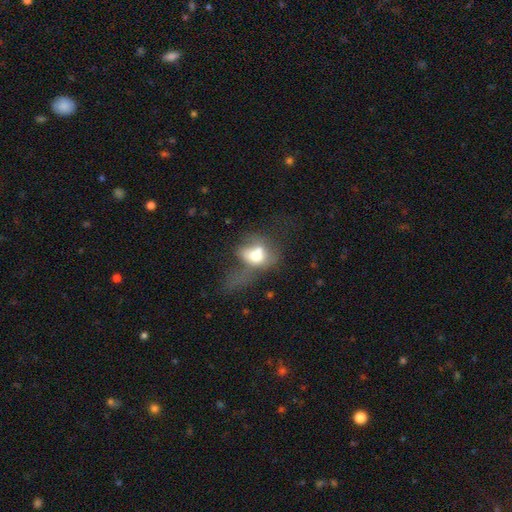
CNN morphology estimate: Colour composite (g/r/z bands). It shows a smooth galaxy with no disk features (59%) that is in between round and cigar-shaped (60%). Merging: major disturbance (38%).